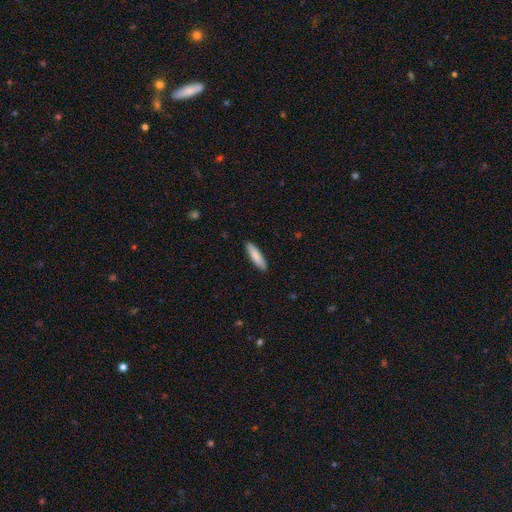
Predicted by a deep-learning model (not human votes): A smooth galaxy with no disk features (86%) that is cigar-shaped (75%).

Vote fractions:
- Smooth or featured? smooth: 86% / featured or disk: 9% / star or artifact: 5%
- How rounded? cigar-shaped: 75% / in between: 24% / round: 1%
- Merging? none: 90% / minor disturbance: 7% / major disturbance: 2% / merger: 1%